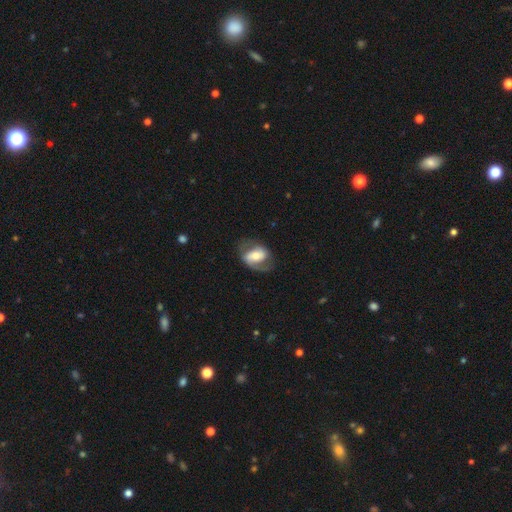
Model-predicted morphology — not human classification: smooth-or-featured: featured or disk: 63% | smooth: 31% | star or artifact: 6%
  disk-edge-on: no: 96% | yes: 4%
    bar: weak: 34% (tied) | no: 34% (tied) | strong: 32%
    has-spiral-arms: yes: 77% | no: 23%
    bulge-size: moderate: 55% | small: 27% | large: 14% | dominant: 2% | none: 2%
  merging: none: 65% | minor disturbance: 19% | major disturbance: 14% | merger: 1%